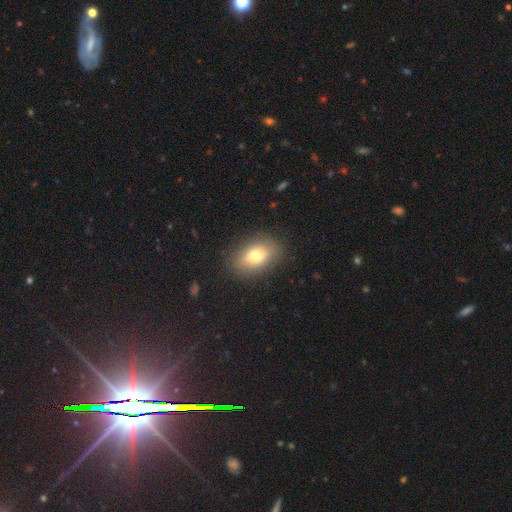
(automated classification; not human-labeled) Overall: smooth (72%). How rounded: in between (82%). Merging: none (85%).